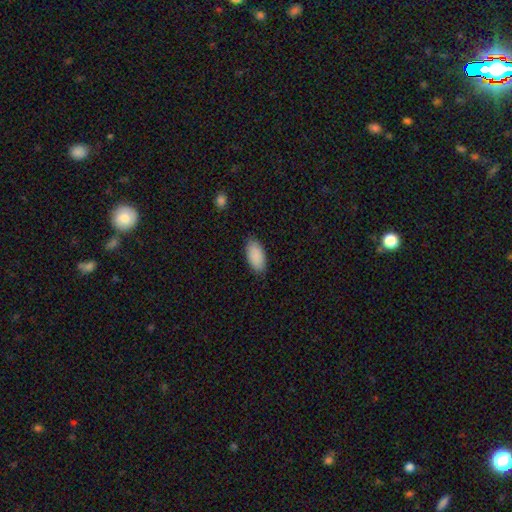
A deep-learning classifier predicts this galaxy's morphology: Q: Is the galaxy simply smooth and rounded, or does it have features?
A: smooth — 90%.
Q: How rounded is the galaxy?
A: in between — 94%.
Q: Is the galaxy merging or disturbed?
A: none — 86%.